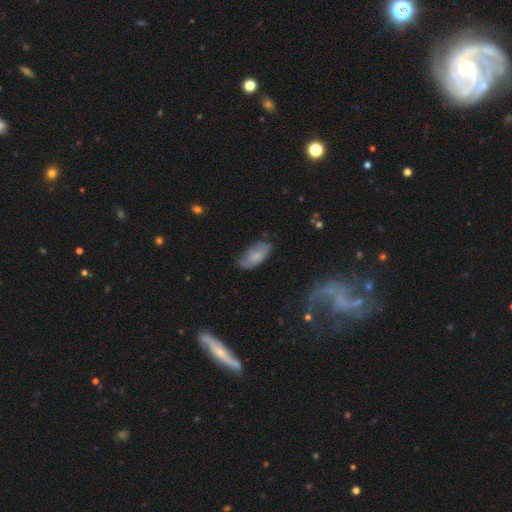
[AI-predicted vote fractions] Smooth or featured?
  - smooth: 65% *
  - featured or disk: 27%
  - star or artifact: 7%
How rounded?
  - in between: 89% *
  - cigar-shaped: 9%
  - round: 2%
Merging?
  - none: 61% *
  - minor disturbance: 29%
  - major disturbance: 8%
  - merger: 2%